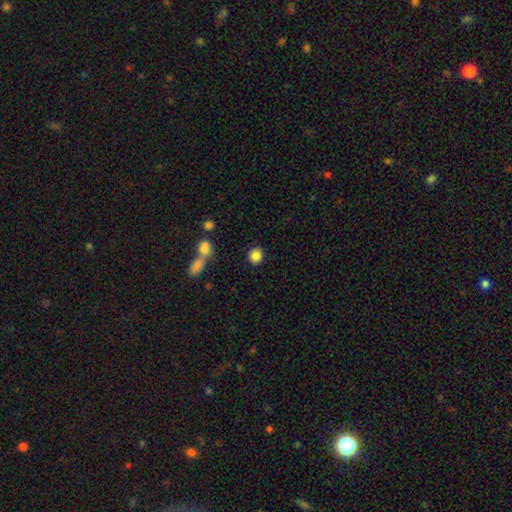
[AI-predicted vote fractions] Smooth or featured: smooth — 86% (star or artifact — 9%)
How rounded: round — 86% (in between — 13%)
Merging: none — 85% (minor disturbance — 7%)